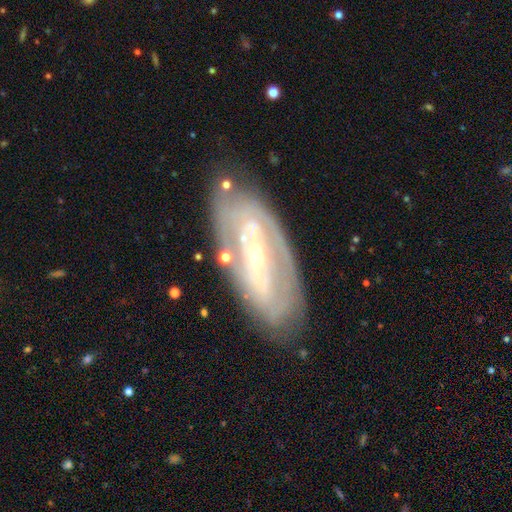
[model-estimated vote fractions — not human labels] Smooth or featured? featured or disk (79%)
Edge-on disk? no (89%)
Bar? strong (36%)
Spiral arms? yes (66%)
Bulge size? small (73%)
Merging? none (74%)